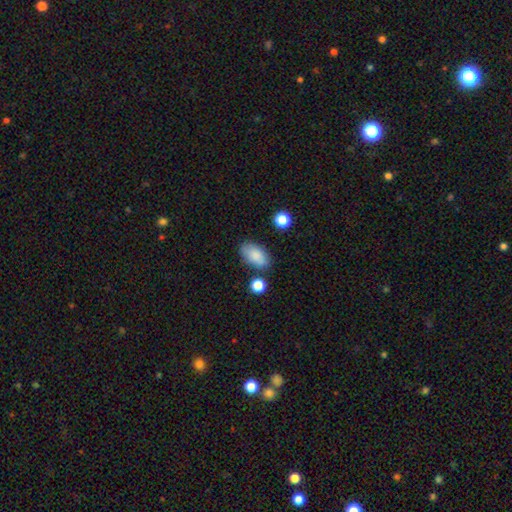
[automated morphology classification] Smooth or featured? smooth (86%)
How rounded? in between (93%)
Merging? none (75%)